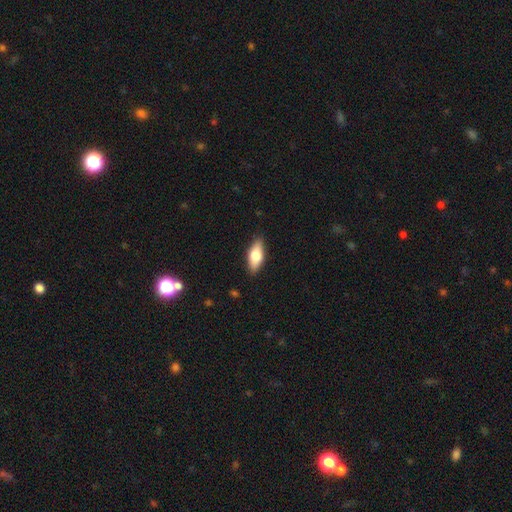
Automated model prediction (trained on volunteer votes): smooth 68%, featured or disk 25%, star or artifact 6%. Down the decision tree: how rounded — in between (79%); merging — none (87%).